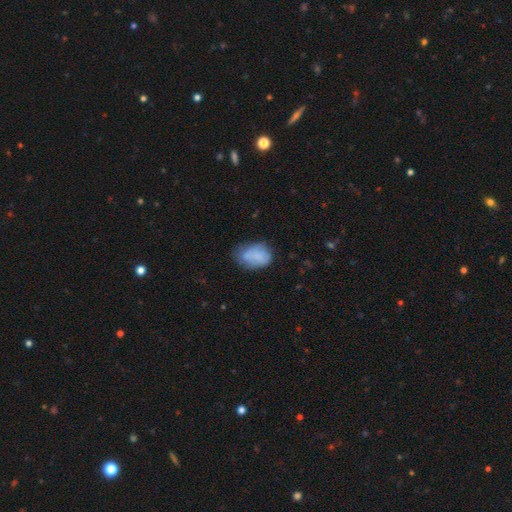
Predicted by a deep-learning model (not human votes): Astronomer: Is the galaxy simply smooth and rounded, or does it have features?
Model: smooth — 75%.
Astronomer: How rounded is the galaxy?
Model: in between — 83%.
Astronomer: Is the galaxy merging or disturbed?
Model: none — 46% (runner-up: minor disturbance, 34%).